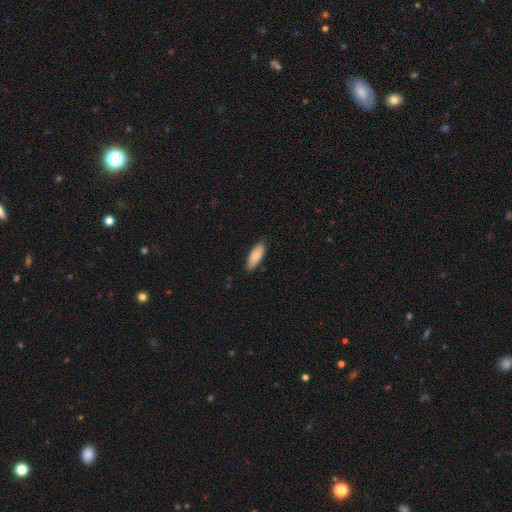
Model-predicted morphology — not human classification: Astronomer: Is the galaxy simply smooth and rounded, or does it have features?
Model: smooth — 87%.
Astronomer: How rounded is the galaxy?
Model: in between — 71%.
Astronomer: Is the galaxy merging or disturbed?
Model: none — 84%.